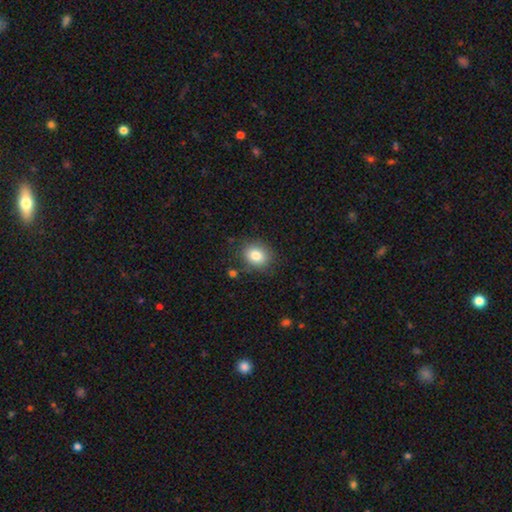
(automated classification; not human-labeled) Smooth or featured? smooth (82%)
How rounded? round (59%)
Merging? none (82%)